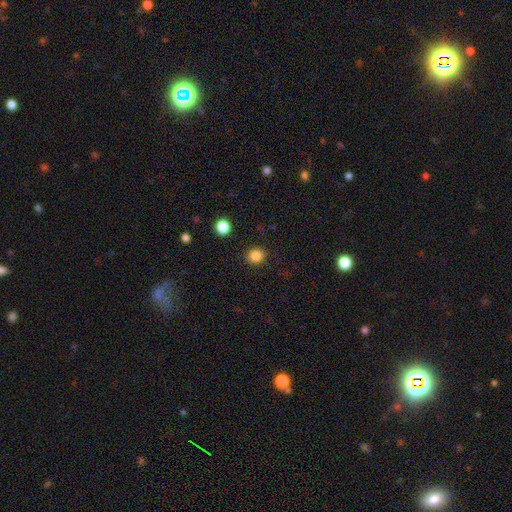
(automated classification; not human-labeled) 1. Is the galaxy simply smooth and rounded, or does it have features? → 84% smooth, 12% star or artifact, 4% featured or disk.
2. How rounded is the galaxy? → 74% round, 25% in between, 1% cigar-shaped.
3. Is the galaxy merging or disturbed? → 89% none, 7% minor disturbance, 2% major disturbance, 1% merger.